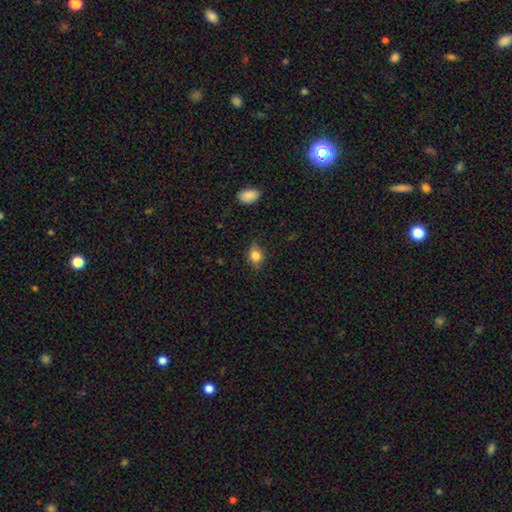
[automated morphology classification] This appears to be a smooth galaxy with no disk features (79%) that is in between round and cigar-shaped (52%). Merging: none (74%).